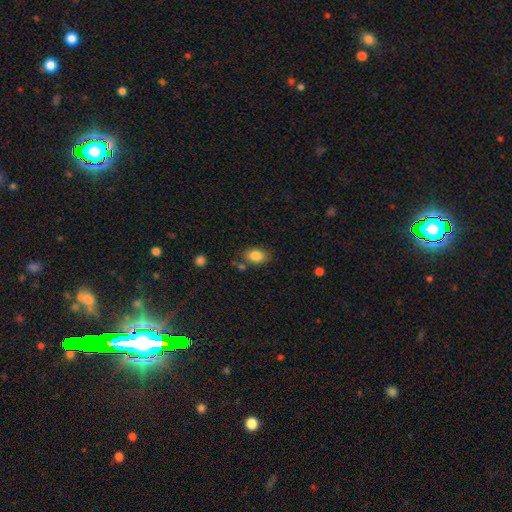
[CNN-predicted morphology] A smooth galaxy with no disk features (85%) that is in between round and cigar-shaped (78%). Merging: none (73%).